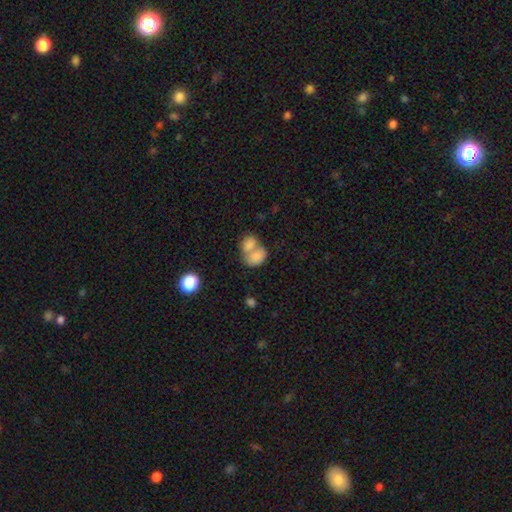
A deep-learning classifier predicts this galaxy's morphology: A smooth galaxy with no disk features (80%) that is in between round and cigar-shaped (75%). Merging: merger (72%).